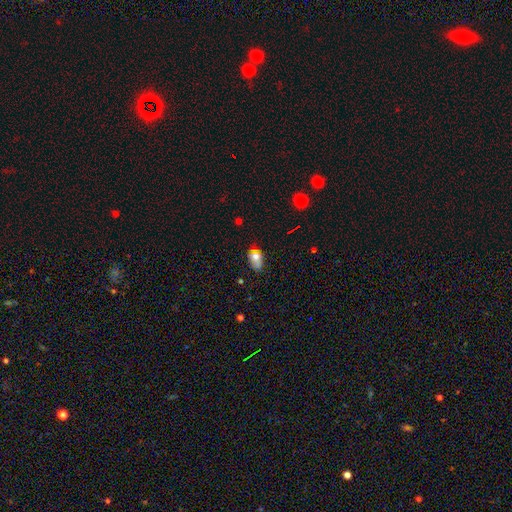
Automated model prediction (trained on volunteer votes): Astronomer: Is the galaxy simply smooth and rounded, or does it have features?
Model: smooth — 68%.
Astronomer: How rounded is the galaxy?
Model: in between — 81%.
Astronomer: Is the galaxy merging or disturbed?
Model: none — 56%.